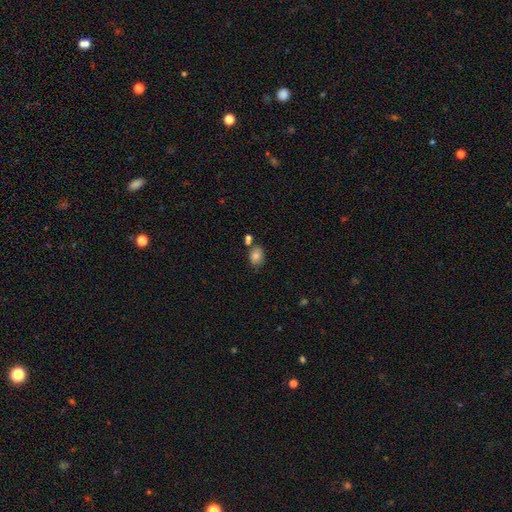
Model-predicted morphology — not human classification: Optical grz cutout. It shows a smooth galaxy with no disk features (81%) that is in between round and cigar-shaped (73%). Merging: none (66%).